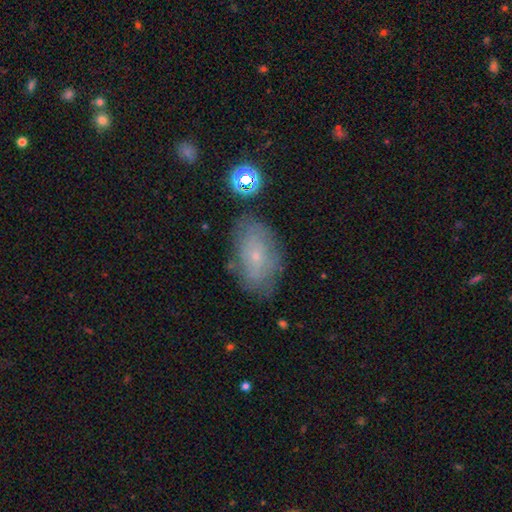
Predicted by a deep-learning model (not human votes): Smooth or featured: smooth — 48% (featured or disk — 42%)
Merging: none — 70% (minor disturbance — 20%)